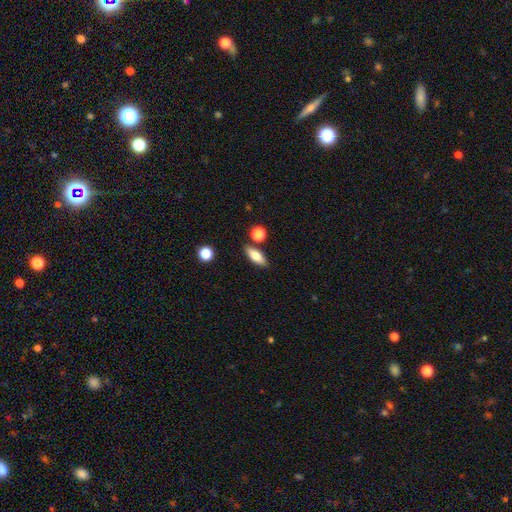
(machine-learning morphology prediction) Q: Smooth or featured?
A: smooth (77%); runner-up: featured or disk (15%)
Q: How rounded?
A: in between (74%); runner-up: cigar-shaped (21%)
Q: Merging?
A: none (81%); runner-up: minor disturbance (10%)